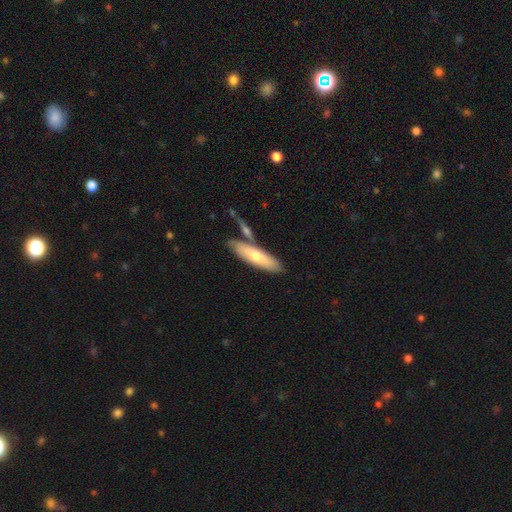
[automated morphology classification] type=smooth (63%); roundness=cigar-shaped (64%); merging=none (70%).